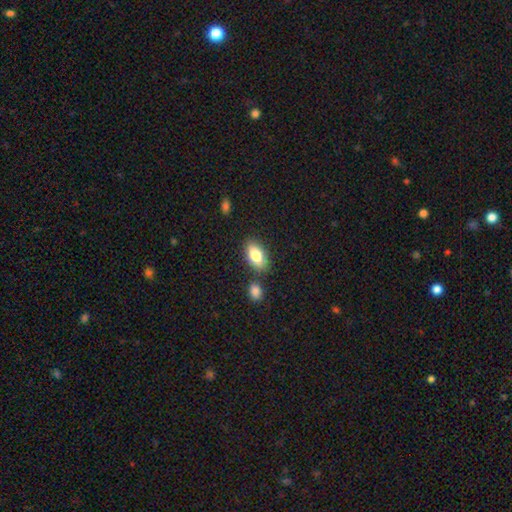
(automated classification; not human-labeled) The model was most divided on "merging": none: 77%, minor disturbance: 11%, merger: 9%, major disturbance: 3%. More confident: how rounded — in between (90%); smooth or featured — smooth (81%).